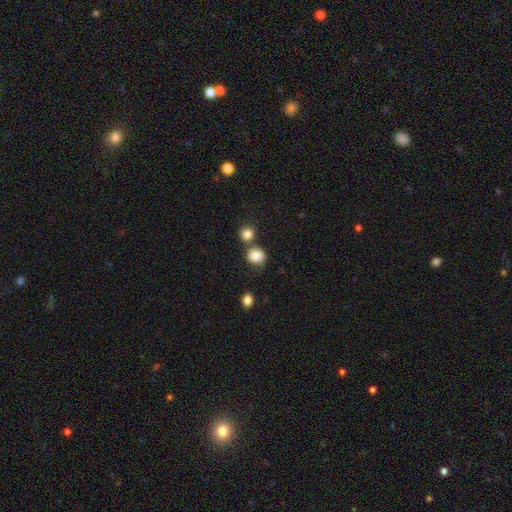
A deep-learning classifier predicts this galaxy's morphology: This appears to be a smooth galaxy with no disk features (85%) that is round (78%). Merging: none (56%).